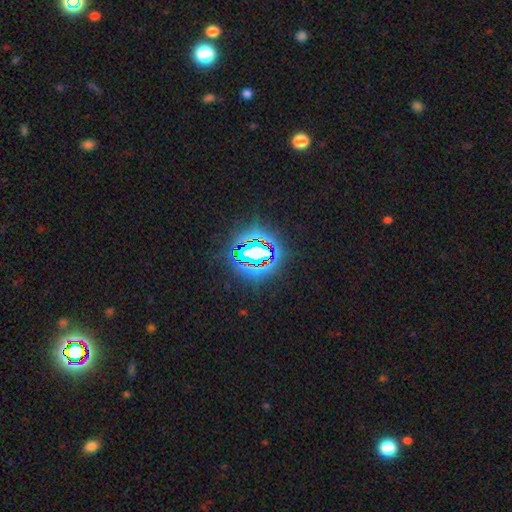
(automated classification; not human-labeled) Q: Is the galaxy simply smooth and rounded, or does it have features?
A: star or artifact — 74%.